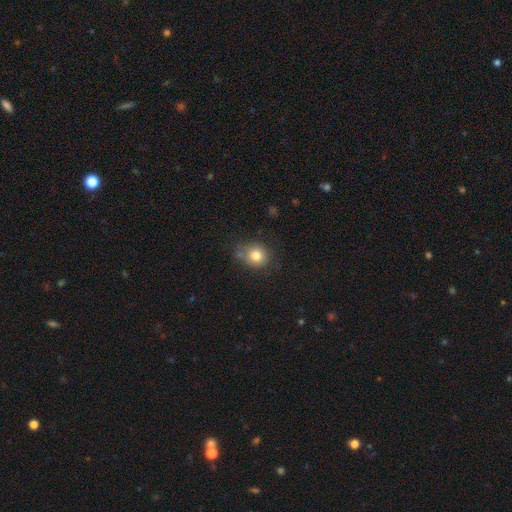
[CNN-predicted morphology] This is likely a smooth galaxy (80%). How rounded: likely round (79%). Merging: likely none (68%).